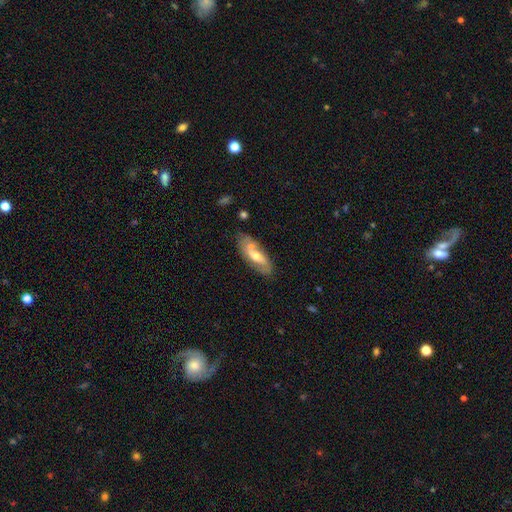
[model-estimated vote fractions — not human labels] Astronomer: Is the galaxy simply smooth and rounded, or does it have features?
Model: featured or disk — 62%.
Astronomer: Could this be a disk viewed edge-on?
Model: no — 81%.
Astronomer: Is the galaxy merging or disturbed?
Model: none — 73%.